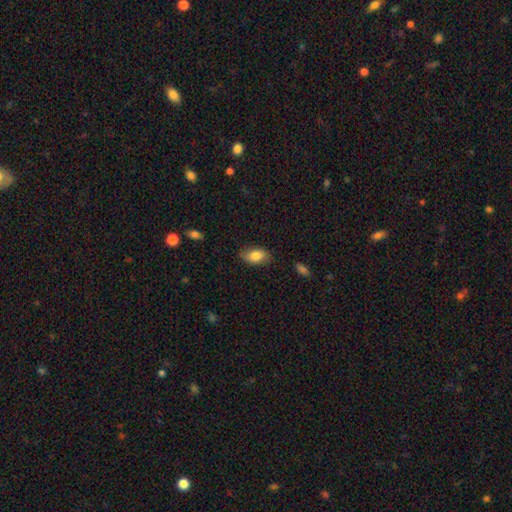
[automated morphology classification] This appears to be a smooth galaxy with no disk features (82%) that is in between round and cigar-shaped (92%). Merging: none (78%).